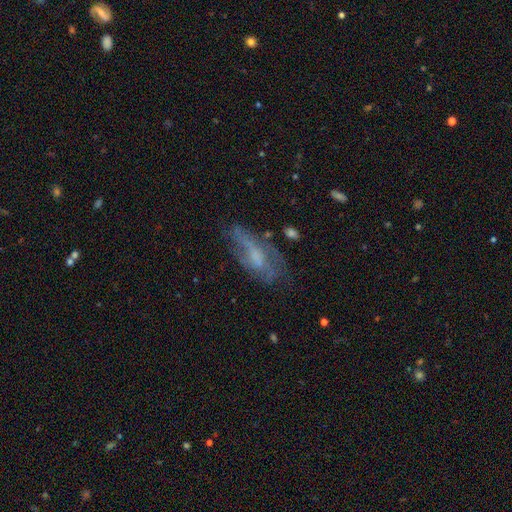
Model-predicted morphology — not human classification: A featured or disk galaxy (51%). Merging: none (44%).